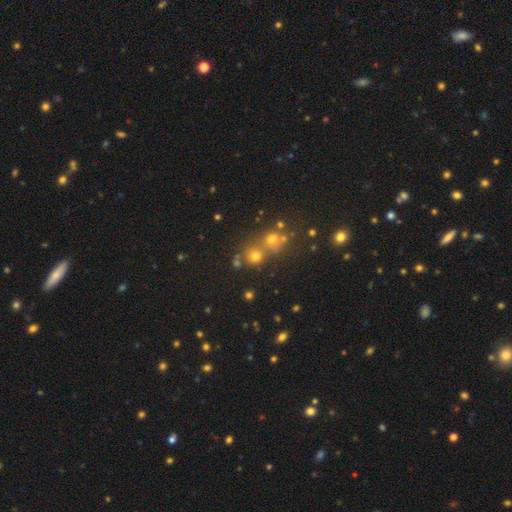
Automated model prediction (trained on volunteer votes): smooth 53%, star or artifact 34%, featured or disk 13%. Down the decision tree: how rounded — round (86%); merging — none (55%).